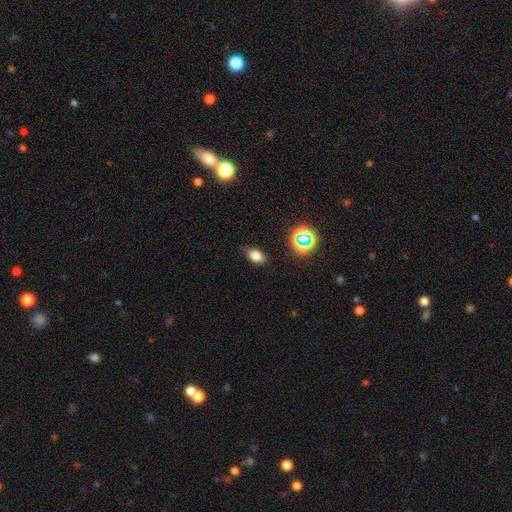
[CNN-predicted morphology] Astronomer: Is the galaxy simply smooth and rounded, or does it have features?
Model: smooth — 76%.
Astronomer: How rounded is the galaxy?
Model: in between — 86%.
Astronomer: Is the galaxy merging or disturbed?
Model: none — 84%.